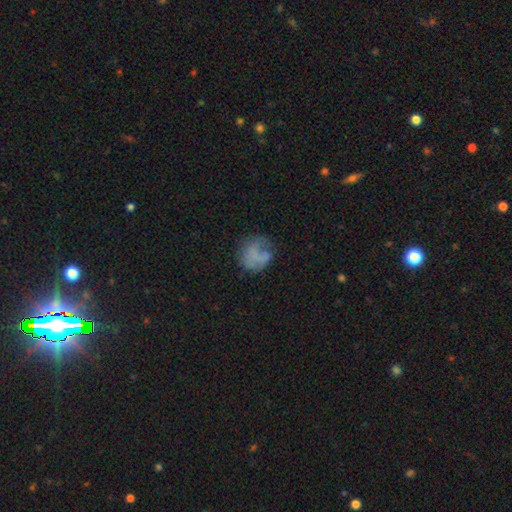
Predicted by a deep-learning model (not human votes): Smooth or featured: smooth — 57% (featured or disk — 31%)
How rounded: round — 72% (in between — 27%)
Merging: none — 46% (major disturbance — 27%)